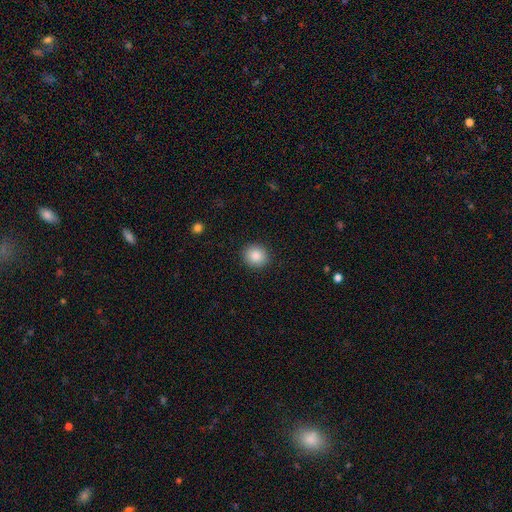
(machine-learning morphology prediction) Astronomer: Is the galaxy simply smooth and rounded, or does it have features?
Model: smooth — 87%.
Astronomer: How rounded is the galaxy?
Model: round — 85%.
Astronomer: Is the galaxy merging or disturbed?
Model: none — 91%.